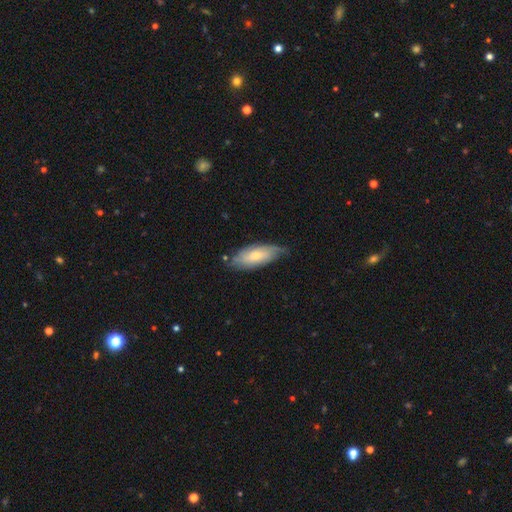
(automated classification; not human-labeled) Smooth or featured?
  - smooth: 52% *
  - featured or disk: 42%
  - star or artifact: 6%
How rounded?
  - in between: 78% *
  - cigar-shaped: 20%
  - round: 2%
Merging?
  - none: 64% *
  - minor disturbance: 28%
  - major disturbance: 6%
  - merger: 2%